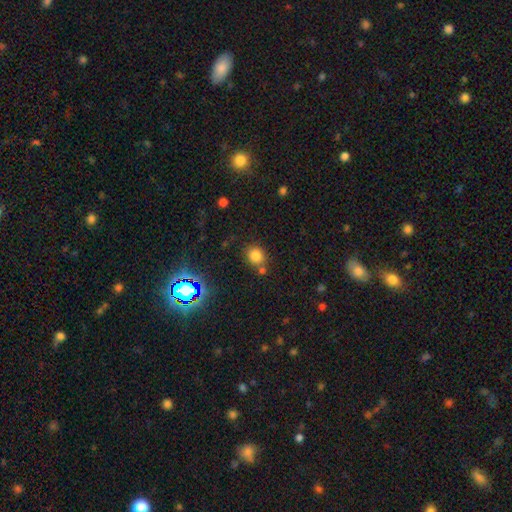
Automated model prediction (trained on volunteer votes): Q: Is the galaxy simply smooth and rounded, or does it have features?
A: smooth — 77%.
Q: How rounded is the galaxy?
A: round — 77%.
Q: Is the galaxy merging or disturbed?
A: none — 70%.